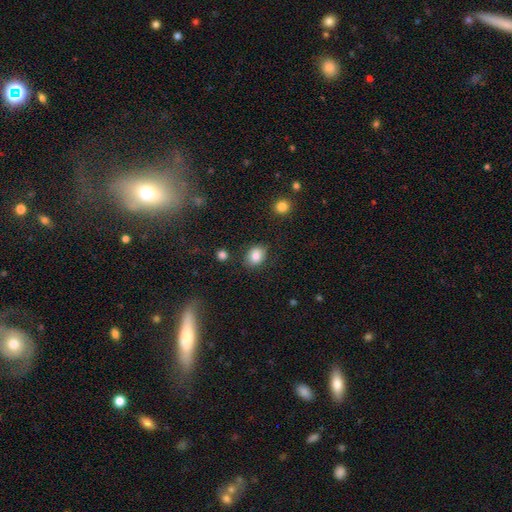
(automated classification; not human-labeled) Overall: smooth (83%). How rounded: in between (54%; round 45%). Merging: none (80%).